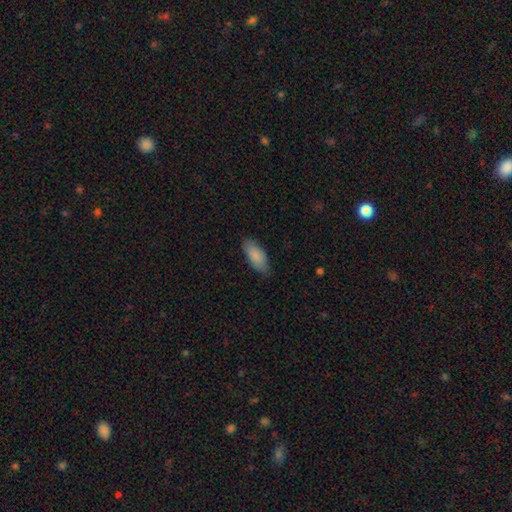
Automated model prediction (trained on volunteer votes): Q: Smooth or featured?
A: smooth (87%); runner-up: featured or disk (7%)
Q: How rounded?
A: in between (86%); runner-up: cigar-shaped (13%)
Q: Merging?
A: none (79%); runner-up: minor disturbance (17%)